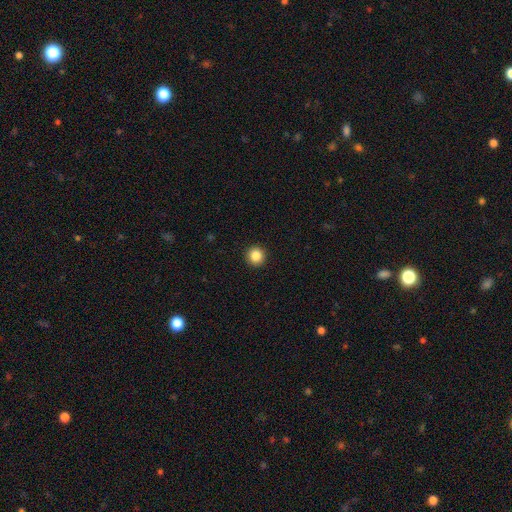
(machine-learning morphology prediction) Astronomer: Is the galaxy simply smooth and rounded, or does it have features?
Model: smooth — 86%.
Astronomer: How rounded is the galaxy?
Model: round — 95%.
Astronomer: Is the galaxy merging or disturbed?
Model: none — 94%.